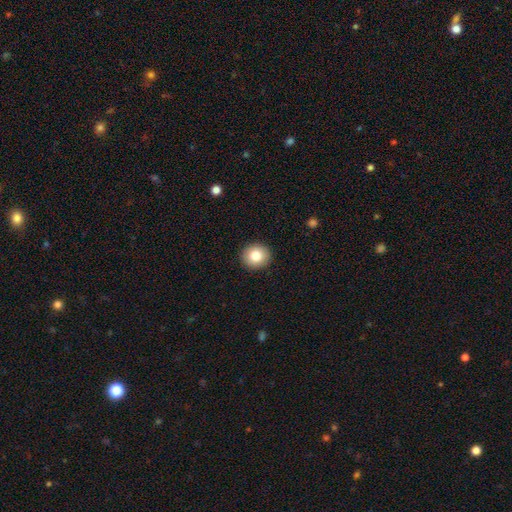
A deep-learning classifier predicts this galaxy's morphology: A smooth galaxy with no disk features (83%) that is round (86%).

Vote fractions:
- Smooth or featured? smooth: 83% / star or artifact: 9% / featured or disk: 9%
- How rounded? round: 86% / in between: 13% / cigar-shaped: 1%
- Merging? none: 92% / minor disturbance: 5% / major disturbance: 2% / merger: 1%